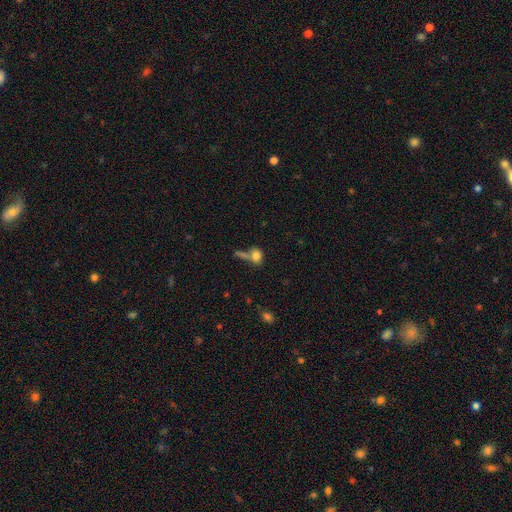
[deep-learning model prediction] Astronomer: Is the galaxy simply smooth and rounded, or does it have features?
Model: smooth — 76%.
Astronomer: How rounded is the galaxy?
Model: in between — 54% (runner-up: round, 41%).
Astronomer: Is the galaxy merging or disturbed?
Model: none — 40% (runner-up: merger, 34%).